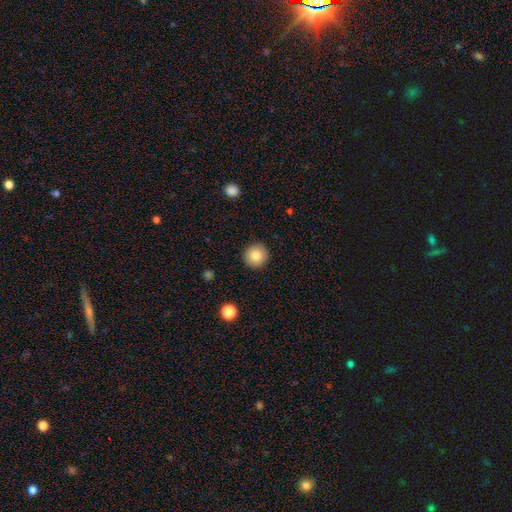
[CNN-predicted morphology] smooth-or-featured: smooth: 84% | star or artifact: 9% | featured or disk: 7%
  how-rounded: round: 95% | in between: 4% | cigar-shaped: 1%
  merging: none: 92% | minor disturbance: 6% | major disturbance: 2% | merger: 1%